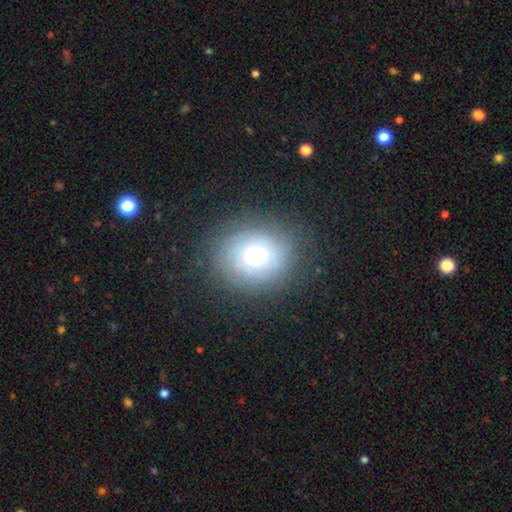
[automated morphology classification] Q: Smooth or featured?
A: featured or disk (48%); runner-up: smooth (39%)
Q: Merging?
A: none (80%); runner-up: minor disturbance (13%)